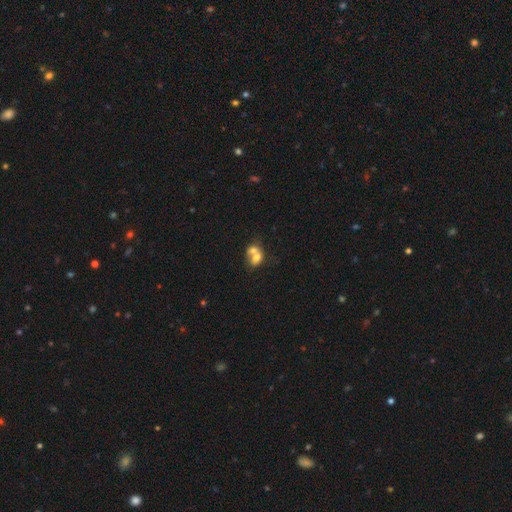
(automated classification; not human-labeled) This is likely a smooth galaxy (66%). How rounded: possibly in between (53%). Merging: likely merger (73%).